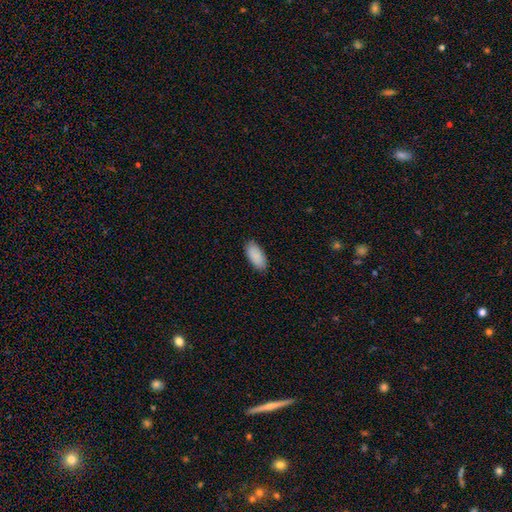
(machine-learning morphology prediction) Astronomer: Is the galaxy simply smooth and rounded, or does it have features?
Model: smooth — 90%.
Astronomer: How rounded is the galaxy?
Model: in between — 93%.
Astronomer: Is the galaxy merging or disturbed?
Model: none — 88%.